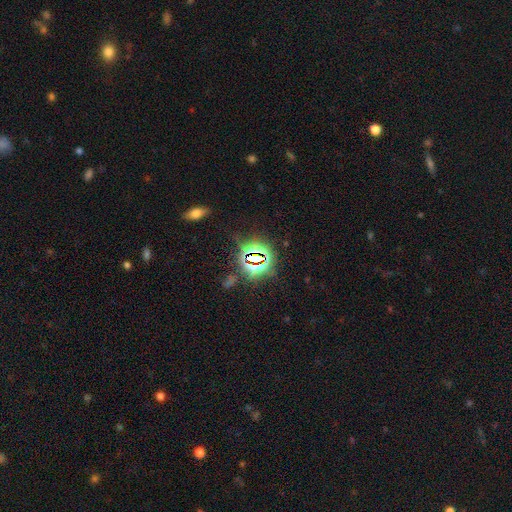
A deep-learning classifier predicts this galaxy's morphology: A star or artifact, not a galaxy (77%).

Vote fractions:
- Smooth or featured? star or artifact: 77% / smooth: 13% / featured or disk: 9%